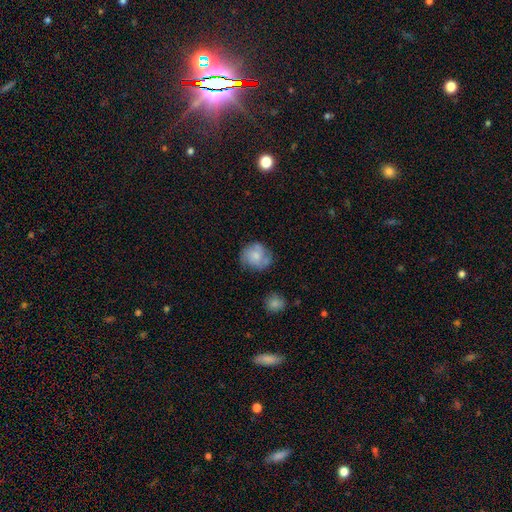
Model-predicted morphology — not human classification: A smooth galaxy with no disk features (61%) that is round (80%).

Vote fractions:
- Smooth or featured? smooth: 61% / featured or disk: 32% / star or artifact: 7%
- How rounded? round: 80% / in between: 19% / cigar-shaped: 1%
- Merging? none: 65% / minor disturbance: 23% / major disturbance: 8% / merger: 4%